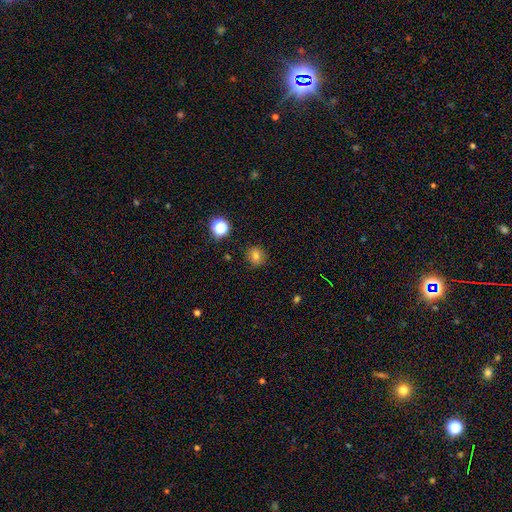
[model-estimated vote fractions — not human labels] Q: Smooth or featured?
A: smooth (73%); runner-up: star or artifact (17%)
Q: How rounded?
A: round (83%); runner-up: in between (16%)
Q: Merging?
A: none (85%); runner-up: minor disturbance (11%)